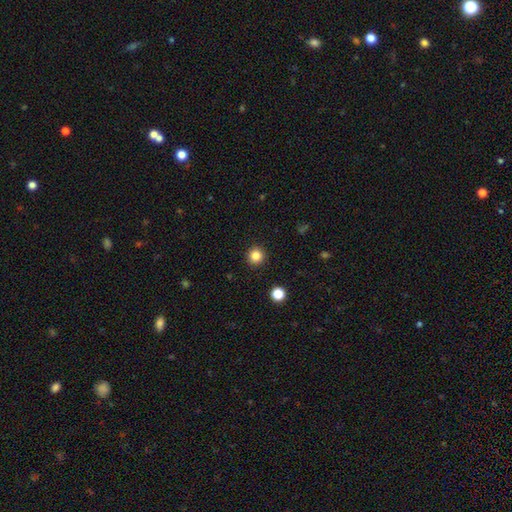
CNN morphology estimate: Q: Smooth or featured?
A: smooth (84%); runner-up: star or artifact (12%)
Q: How rounded?
A: round (95%); runner-up: in between (4%)
Q: Merging?
A: none (93%); runner-up: minor disturbance (5%)